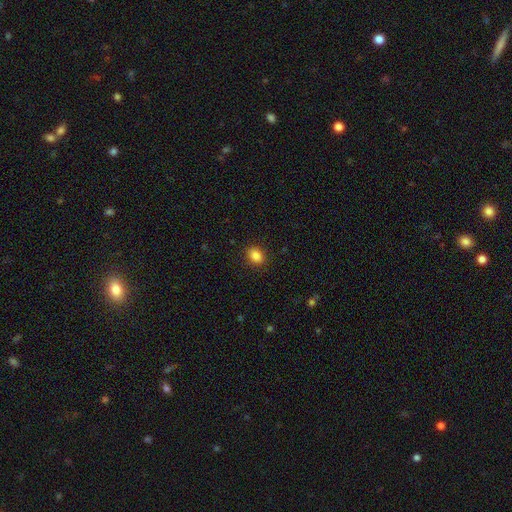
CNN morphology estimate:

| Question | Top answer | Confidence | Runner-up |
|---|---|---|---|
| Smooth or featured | smooth | 87% | star or artifact (9%) |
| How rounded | in between | 67% | round (32%) |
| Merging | none | 89% | minor disturbance (8%) |